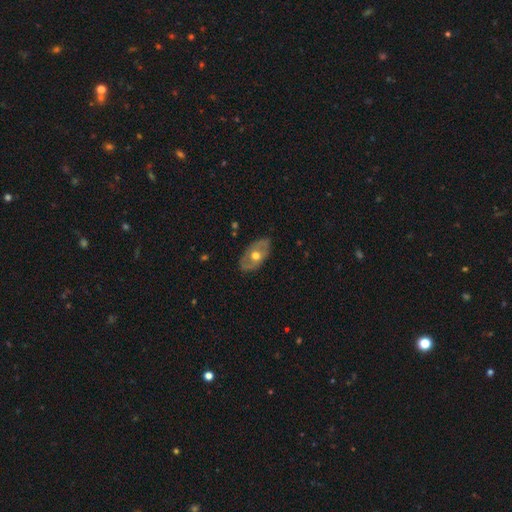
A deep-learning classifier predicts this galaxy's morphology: Q: Smooth or featured?
A: featured or disk (54%); runner-up: smooth (40%)
Q: Edge-on disk?
A: no (86%); runner-up: yes (14%)
Q: Merging?
A: none (81%); runner-up: minor disturbance (15%)